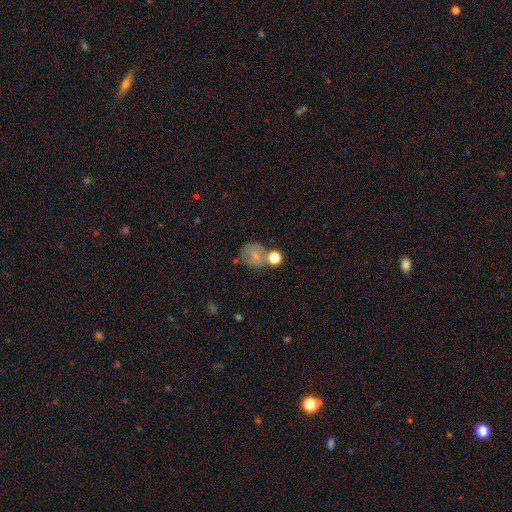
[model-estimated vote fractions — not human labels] This appears to be a smooth galaxy with no disk features (62%) that is round (64%). Merging: none (43%).